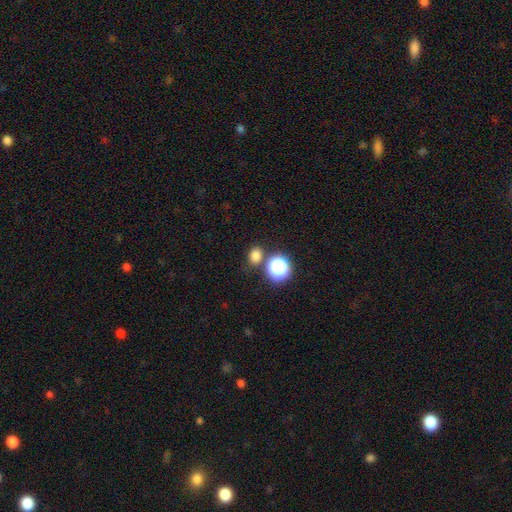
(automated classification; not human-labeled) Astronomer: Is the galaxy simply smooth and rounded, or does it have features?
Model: smooth — 76%.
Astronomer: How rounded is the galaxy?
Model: round — 57% (runner-up: in between, 42%).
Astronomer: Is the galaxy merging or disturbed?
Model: none — 75%.